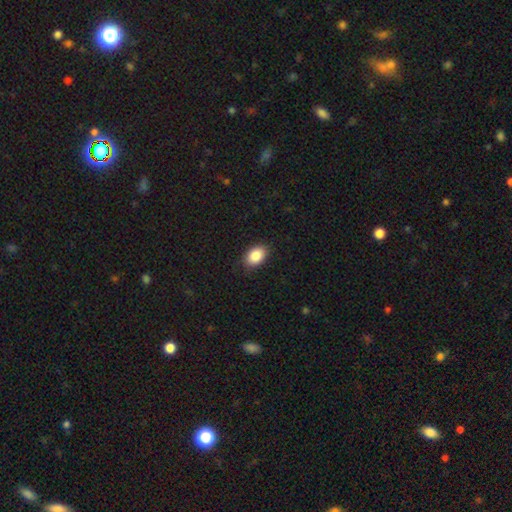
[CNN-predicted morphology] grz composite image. It shows a smooth galaxy with no disk features (88%) that is in between round and cigar-shaped (85%). Merging: none (86%).